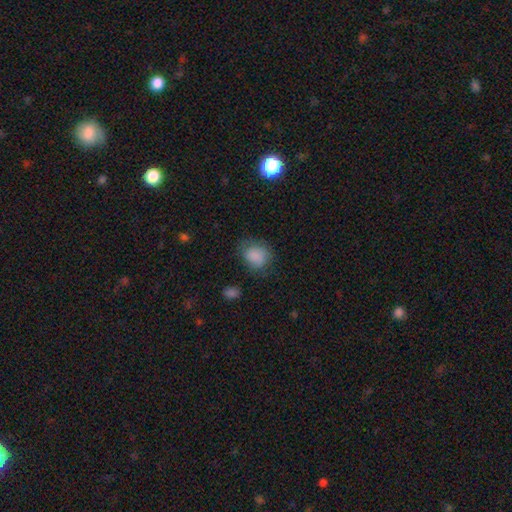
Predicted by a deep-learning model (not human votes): Q: Smooth or featured?
A: smooth (84%); runner-up: star or artifact (10%)
Q: How rounded?
A: round (55%); runner-up: in between (44%)
Q: Merging?
A: none (63%); runner-up: minor disturbance (25%)